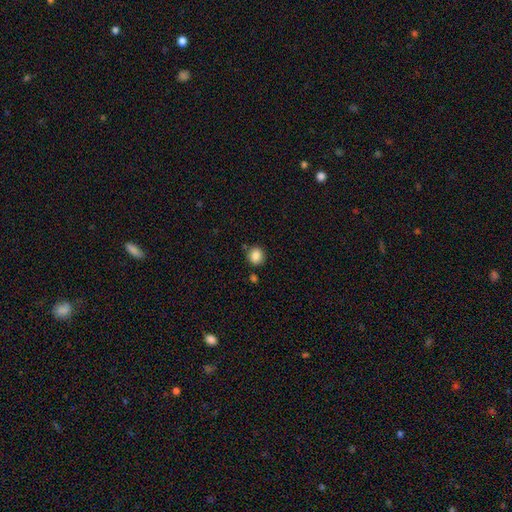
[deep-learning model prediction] Smooth or featured?
  - smooth: 87% *
  - star or artifact: 10%
  - featured or disk: 4%
How rounded?
  - round: 83% *
  - in between: 16%
  - cigar-shaped: 1%
Merging?
  - none: 83% *
  - minor disturbance: 10%
  - merger: 5%
  - major disturbance: 3%